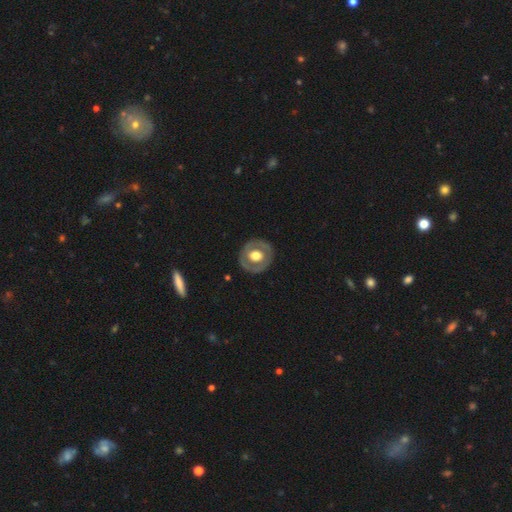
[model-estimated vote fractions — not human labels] Morphology: type=featured or disk (53%); edge-on=no (94%); merging=none (85%).